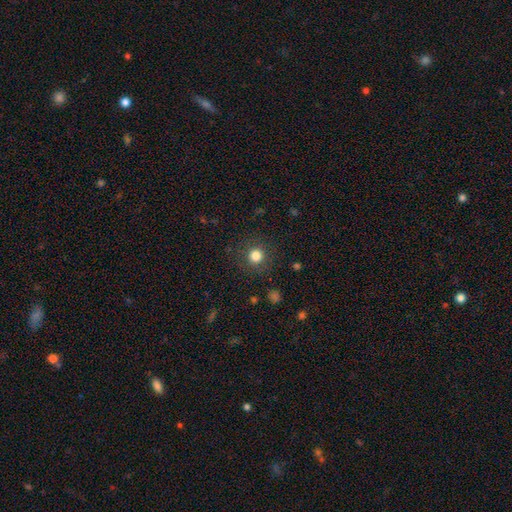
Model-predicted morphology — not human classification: Smooth or featured? smooth (81%)
How rounded? round (94%)
Merging? none (88%)